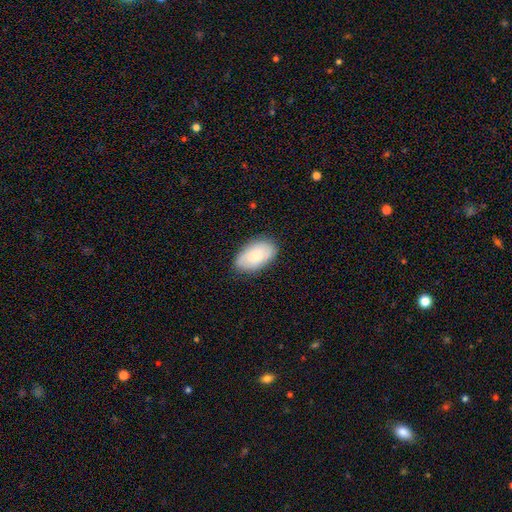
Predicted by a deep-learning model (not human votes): smooth 79%, featured or disk 15%, star or artifact 6%. Down the decision tree: how rounded — in between (95%); merging — none (84%).